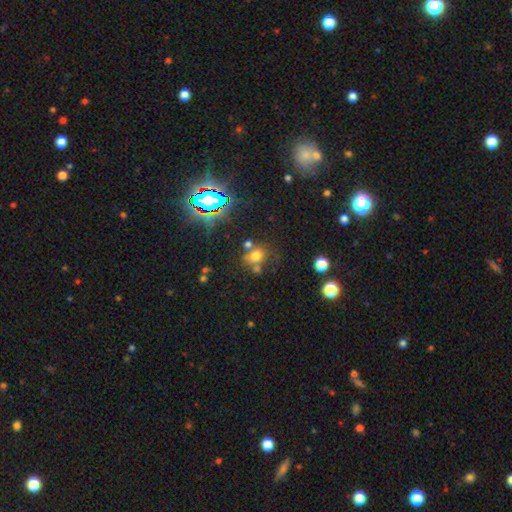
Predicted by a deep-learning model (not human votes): A smooth galaxy with no disk features (60%) that is round (65%).

Vote fractions:
- Smooth or featured? smooth: 60% / star or artifact: 27% / featured or disk: 13%
- How rounded? round: 65% / in between: 34% / cigar-shaped: 1%
- Merging? none: 56% / merger: 23% / minor disturbance: 14% / major disturbance: 7%